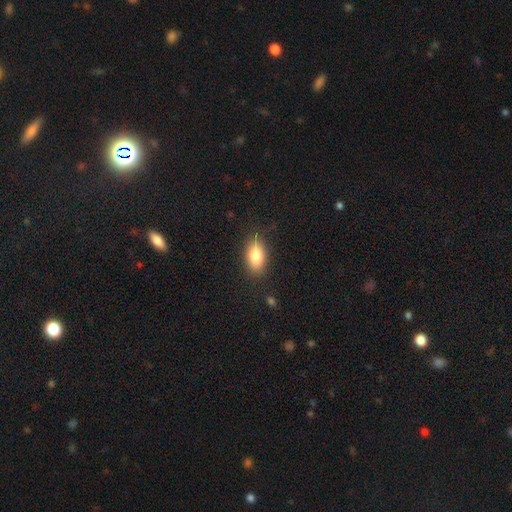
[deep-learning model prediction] Smooth or featured?
  - smooth: 81% *
  - featured or disk: 11%
  - star or artifact: 8%
How rounded?
  - in between: 89% *
  - round: 7%
  - cigar-shaped: 4%
Merging?
  - none: 84% *
  - minor disturbance: 11%
  - major disturbance: 3%
  - merger: 1%